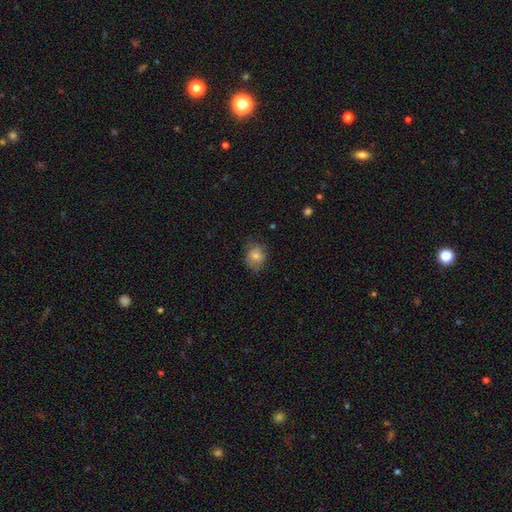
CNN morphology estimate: smooth 74%, featured or disk 17%, star or artifact 9%. Down the decision tree: how rounded — round (65%); merging — none (67%).